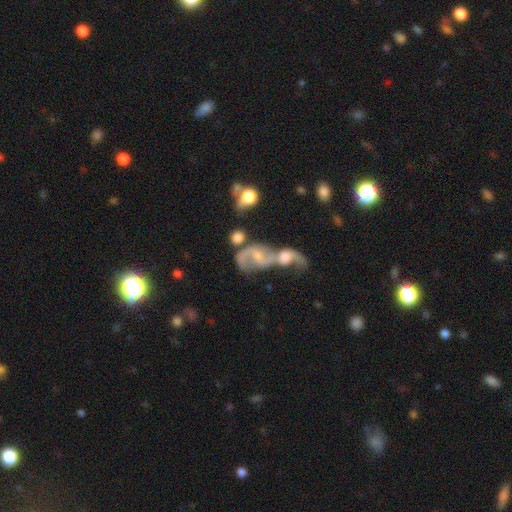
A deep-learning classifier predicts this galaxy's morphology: smooth-or-featured: featured or disk: 72% | smooth: 20% | star or artifact: 9%
  disk-edge-on: no: 96% | yes: 4%
    bar: weak: 44% | no: 42% | strong: 14%
    has-spiral-arms: yes: 84% | no: 16%
      spiral-winding: loose: 58% | medium: 33% | tight: 9%
      spiral-arm-count: 2: 78% | 1: 10% | can't tell: 8% | 3: 2% | 4: 1% | more than 4: 1%
    bulge-size: small: 42% | moderate: 35% | none: 16% | large: 5% | dominant: 2%
  merging: merger: 72% | none: 12% | major disturbance: 10% | minor disturbance: 7%